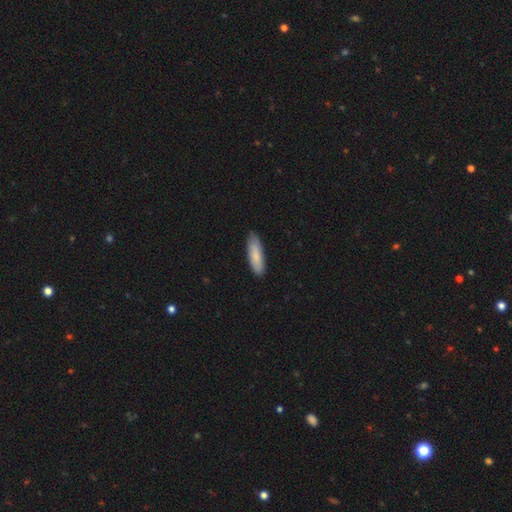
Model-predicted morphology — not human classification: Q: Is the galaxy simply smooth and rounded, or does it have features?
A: smooth — 85%.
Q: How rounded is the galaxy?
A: cigar-shaped — 53%.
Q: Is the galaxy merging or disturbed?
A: none — 86%.